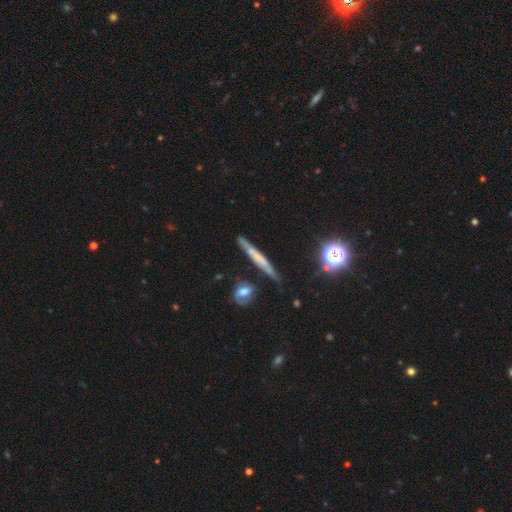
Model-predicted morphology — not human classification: The model was most divided on "smooth or featured": featured or disk: 46%, smooth: 42%, star or artifact: 12%. More confident: merging — none (74%).